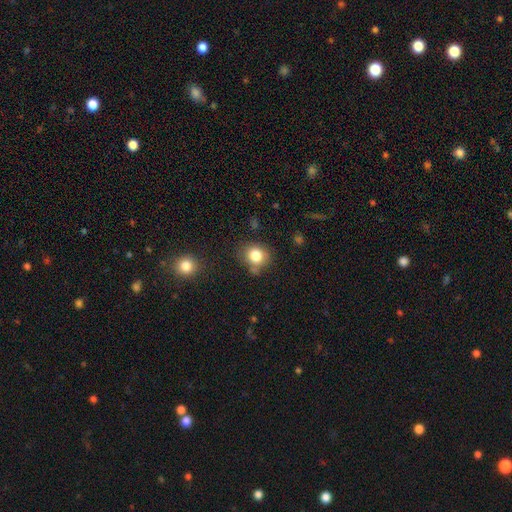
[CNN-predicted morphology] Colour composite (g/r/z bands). It shows a smooth galaxy with no disk features (81%) that is round (74%). Merging: none (72%).